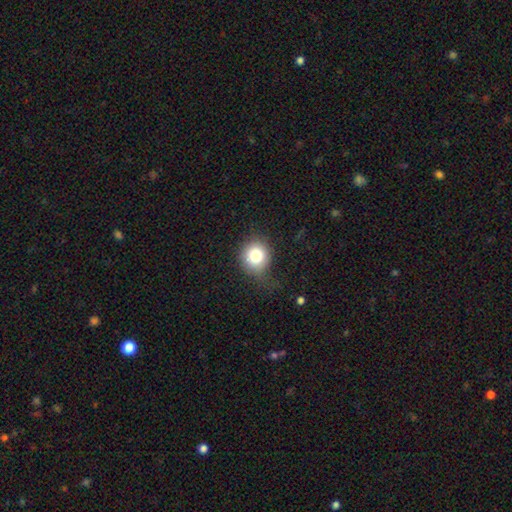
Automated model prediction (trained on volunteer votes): Smooth or featured? smooth (79%)
How rounded? round (85%)
Merging? none (67%)